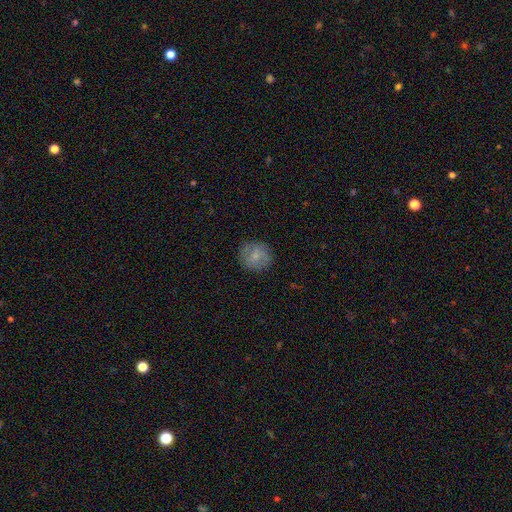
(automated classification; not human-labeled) smooth 73%, featured or disk 18%, star or artifact 8%. Down the decision tree: how rounded — round (89%); merging — none (83%).